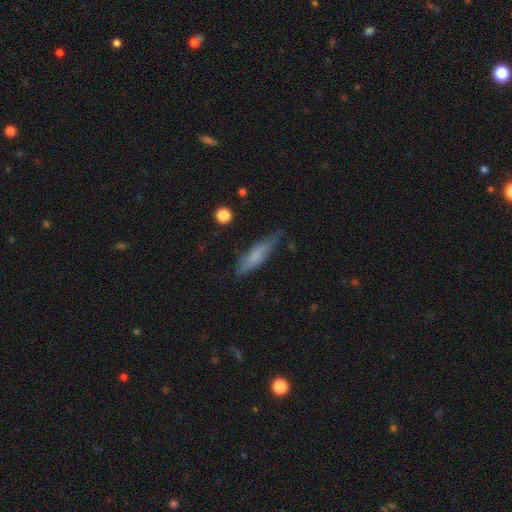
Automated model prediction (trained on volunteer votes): A smooth galaxy with no disk features (67%) that is cigar-shaped (75%). Merging: none (68%).